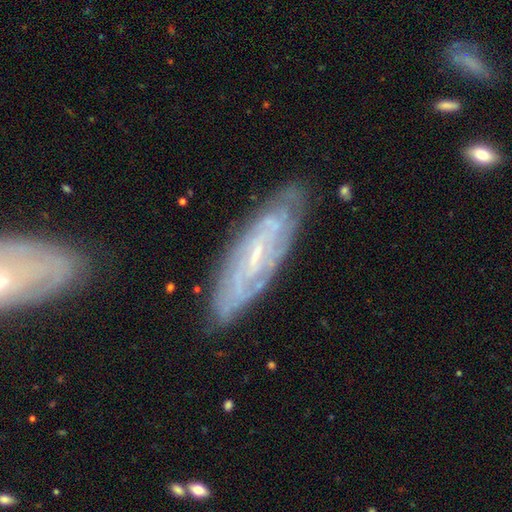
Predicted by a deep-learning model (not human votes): smooth_or_featured: featured or disk (p=0.76) [alt: smooth p=0.17]
disk_edge_on: no (p=0.77) [alt: yes p=0.23]
bar: weak (p=0.42) [alt: no p=0.34]
has_spiral_arms: yes (p=0.85) [alt: no p=0.15]
spiral_winding: tight (p=0.64) [alt: medium p=0.28]
spiral_arm_count: can't tell (p=0.53) [alt: 2 p=0.24]
bulge_size: small (p=0.74) [alt: moderate p=0.16]
merging: none (p=0.78) [alt: minor disturbance p=0.16]